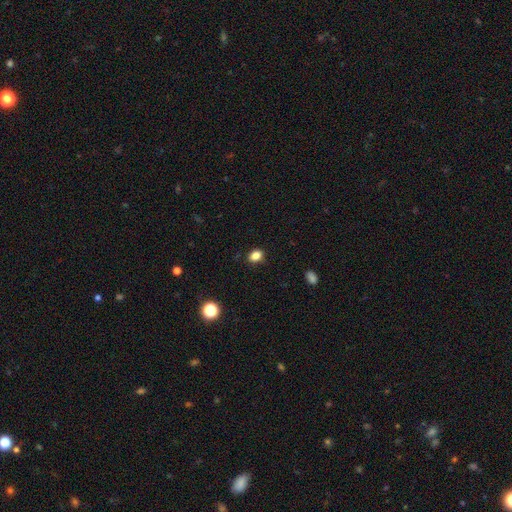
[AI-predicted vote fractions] smooth 84%, star or artifact 11%, featured or disk 4%. Down the decision tree: how rounded — in between (61%); merging — none (86%).